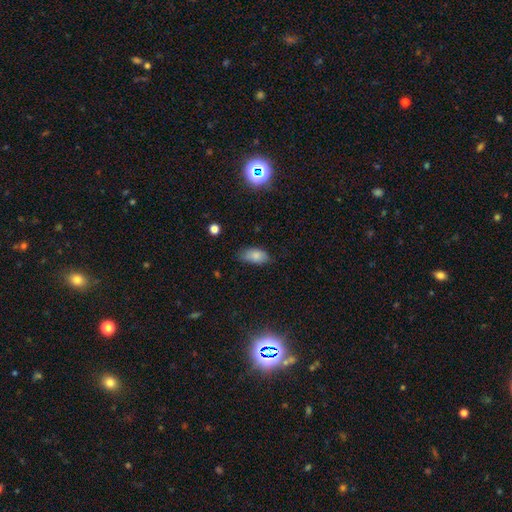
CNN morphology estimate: Smooth or featured? smooth (81%)
How rounded? in between (92%)
Merging? none (66%)